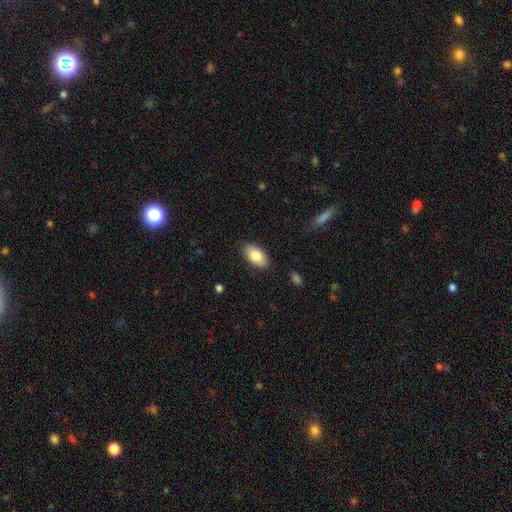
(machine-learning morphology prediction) This appears to be a smooth galaxy with no disk features (82%) that is in between round and cigar-shaped (94%). Merging: none (86%).